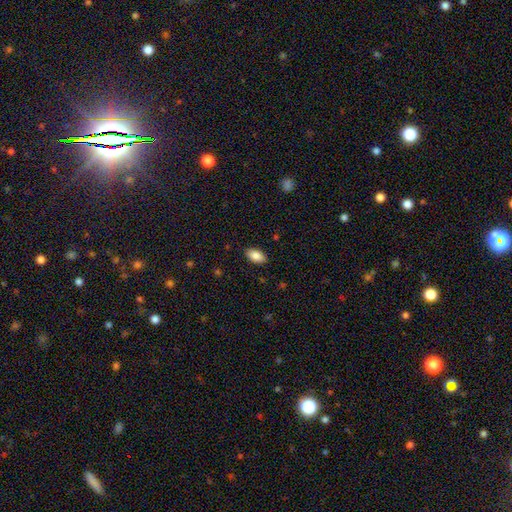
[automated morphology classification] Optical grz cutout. It shows a smooth galaxy with no disk features (87%) that is in between round and cigar-shaped (94%). Merging: none (88%).